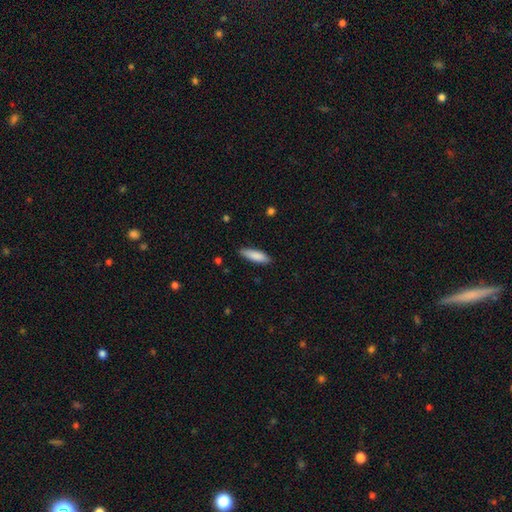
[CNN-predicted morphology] Q: Smooth or featured?
A: smooth (86%); runner-up: featured or disk (8%)
Q: How rounded?
A: cigar-shaped (55%); runner-up: in between (44%)
Q: Merging?
A: none (86%); runner-up: minor disturbance (11%)